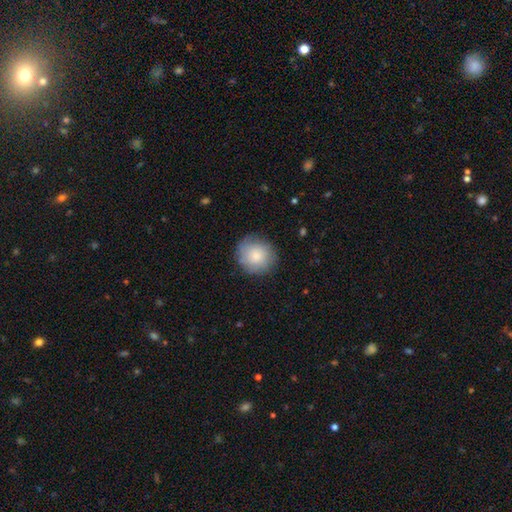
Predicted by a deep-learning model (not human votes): Q: Smooth or featured?
A: smooth (82%); runner-up: featured or disk (11%)
Q: How rounded?
A: round (89%); runner-up: in between (10%)
Q: Merging?
A: none (82%); runner-up: minor disturbance (13%)